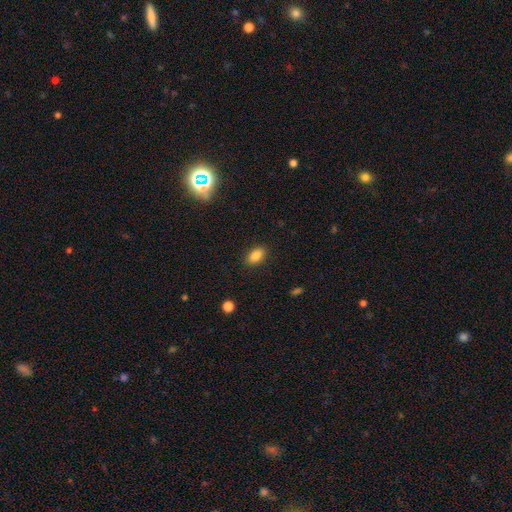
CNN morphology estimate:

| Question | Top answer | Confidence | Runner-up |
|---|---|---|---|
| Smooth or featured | smooth | 85% | star or artifact (10%) |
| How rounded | in between | 89% | round (8%) |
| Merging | none | 88% | minor disturbance (9%) |